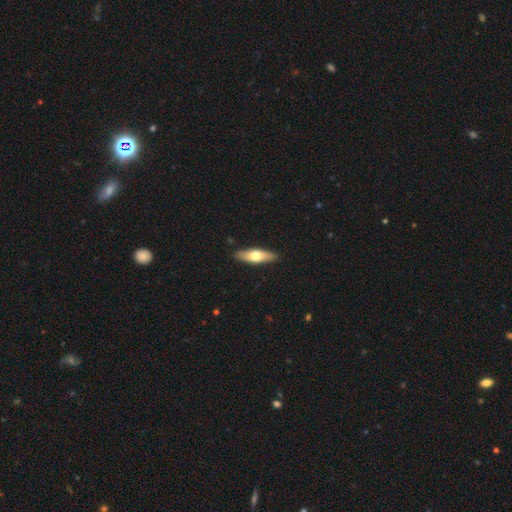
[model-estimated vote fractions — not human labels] smooth 59%, featured or disk 36%, star or artifact 5%. Down the decision tree: how rounded — cigar-shaped (51%); merging — none (89%).